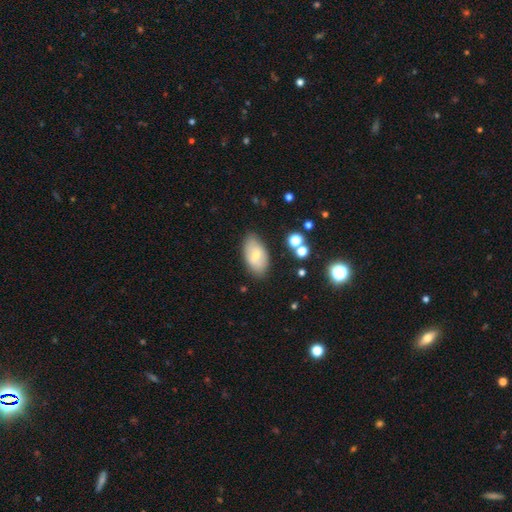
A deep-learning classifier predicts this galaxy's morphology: A smooth galaxy with no disk features (62%) that is in between round and cigar-shaped (93%).

Vote fractions:
- Smooth or featured? smooth: 62% / featured or disk: 30% / star or artifact: 8%
- How rounded? in between: 93% / round: 5% / cigar-shaped: 2%
- Merging? none: 78% / minor disturbance: 16% / major disturbance: 4% / merger: 3%